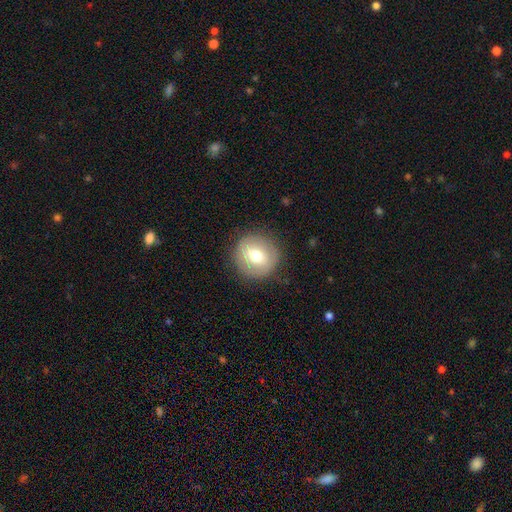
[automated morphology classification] This appears to be a smooth galaxy with no disk features (63%) that is round (93%). Merging: none (85%).